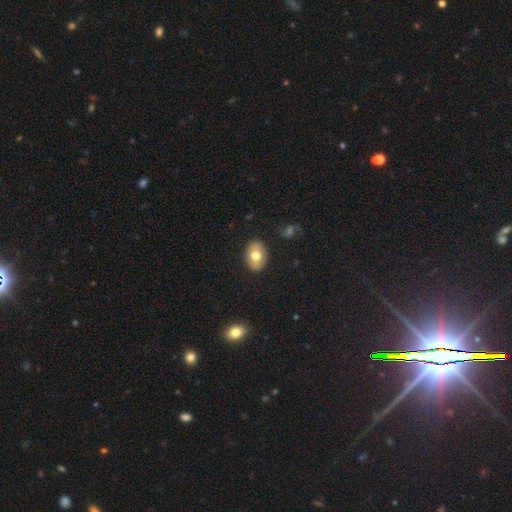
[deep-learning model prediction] A smooth galaxy with no disk features (72%) that is in between round and cigar-shaped (80%).

Vote fractions:
- Smooth or featured? smooth: 72% / featured or disk: 21% / star or artifact: 7%
- How rounded? in between: 80% / round: 19% / cigar-shaped: 1%
- Merging? none: 87% / minor disturbance: 9% / major disturbance: 2% / merger: 1%